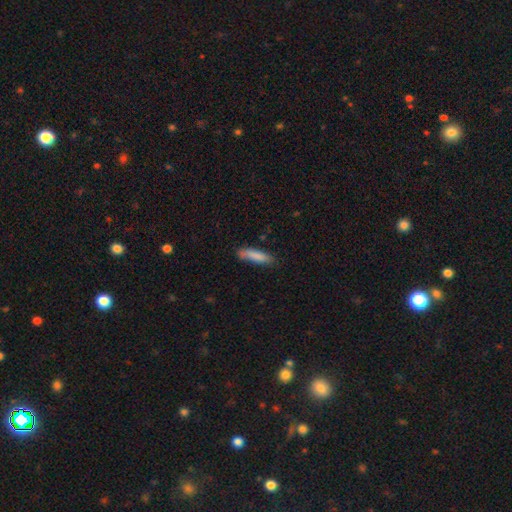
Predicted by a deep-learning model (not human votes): This is clearly a smooth galaxy (84%). How rounded: likely cigar-shaped (74%). Merging: likely none (74%).